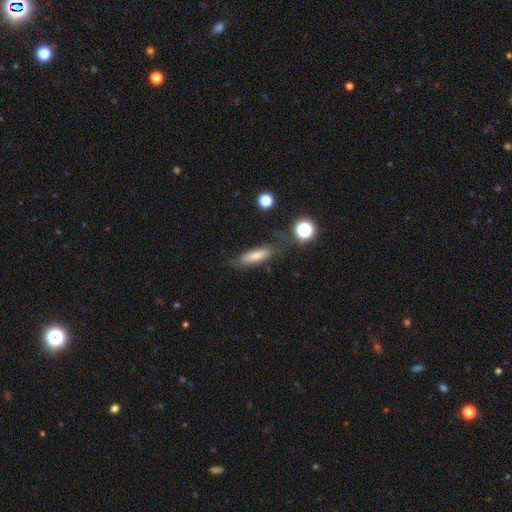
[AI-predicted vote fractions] smooth-or-featured: smooth: 55% | featured or disk: 31% | star or artifact: 14%
  how-rounded: cigar-shaped: 56% | in between: 40% | round: 4%
  merging: none: 67% | minor disturbance: 20% | major disturbance: 9% | merger: 4%